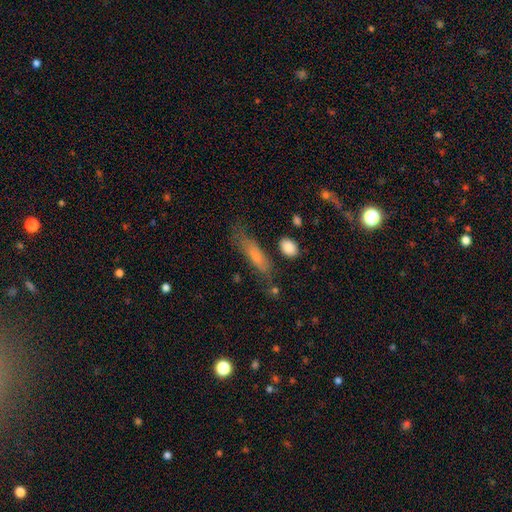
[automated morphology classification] smooth_or_featured: smooth (p=0.57) [alt: featured or disk p=0.31]
how_rounded: cigar-shaped (p=0.68) [alt: in between p=0.28]
merging: none (p=0.65) [alt: minor disturbance p=0.21]